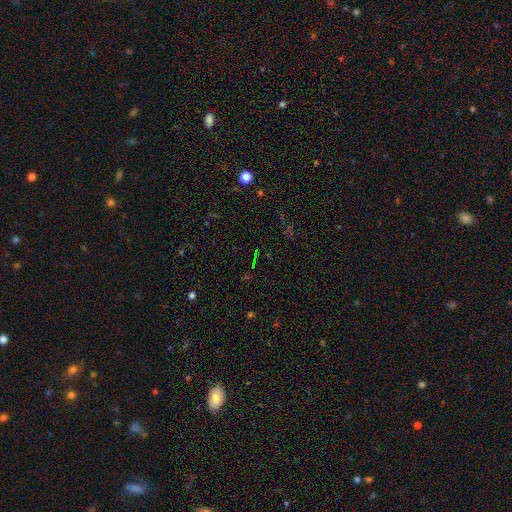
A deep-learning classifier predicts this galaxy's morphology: Smooth or featured? Predicted: star or artifact (p=0.74).